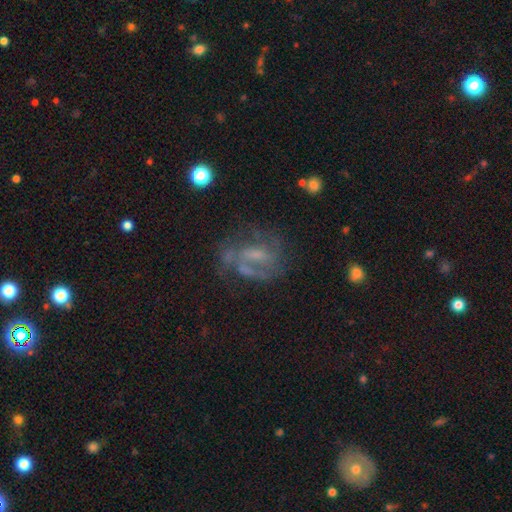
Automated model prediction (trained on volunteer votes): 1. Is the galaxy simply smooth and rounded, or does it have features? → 70% featured or disk, 17% smooth, 13% star or artifact.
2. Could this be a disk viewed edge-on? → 96% no, 4% yes.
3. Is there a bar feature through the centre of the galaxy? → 45% weak, 34% no, 21% strong.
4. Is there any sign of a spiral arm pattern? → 72% yes, 28% no.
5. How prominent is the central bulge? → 35% small, 32% none, 27% moderate, 4% large, 1% dominant.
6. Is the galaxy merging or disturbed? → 48% none, 25% major disturbance, 20% minor disturbance, 7% merger.